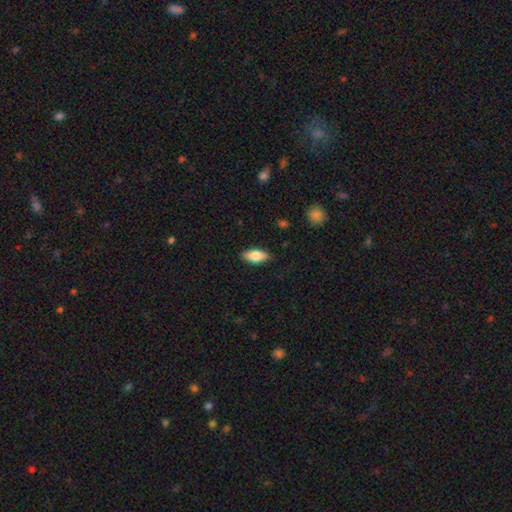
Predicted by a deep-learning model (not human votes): Smooth or featured?
  - smooth: 78% *
  - featured or disk: 16%
  - star or artifact: 7%
How rounded?
  - in between: 88% *
  - cigar-shaped: 9%
  - round: 3%
Merging?
  - none: 87% *
  - minor disturbance: 10%
  - major disturbance: 2%
  - merger: 1%